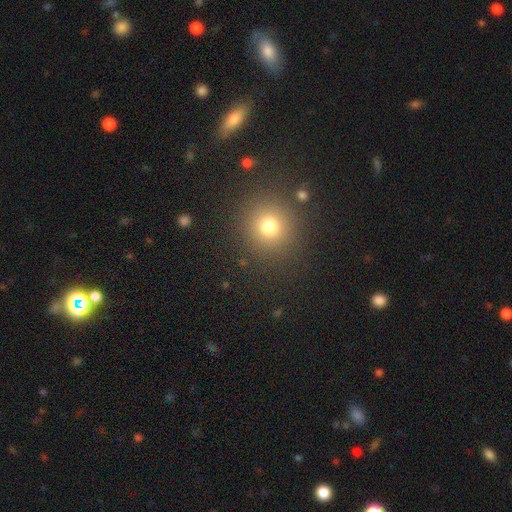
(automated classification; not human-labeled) Overall: smooth (59%; star or artifact 34%). How rounded: round (92%). Merging: none (90%).